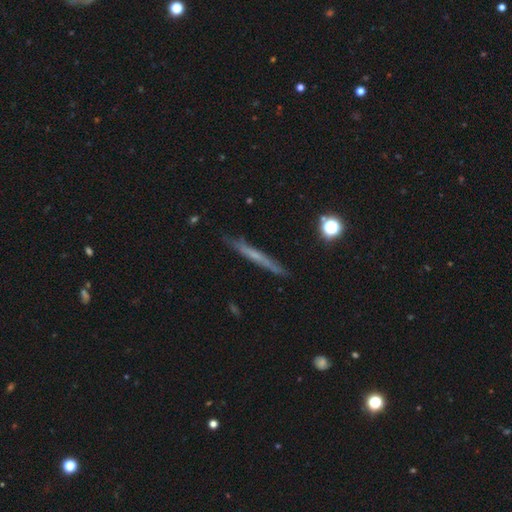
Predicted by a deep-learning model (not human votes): A featured or disk galaxy (51%) viewed edge-on (95%). Merging: none (87%).